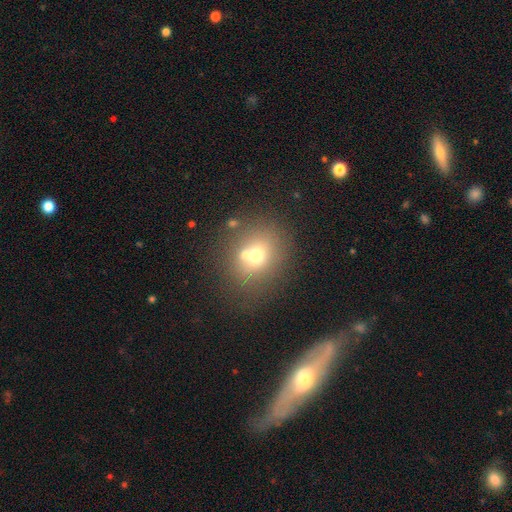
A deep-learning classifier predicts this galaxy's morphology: The model was most divided on "merging": none: 56%, merger: 29%, minor disturbance: 11%, major disturbance: 5%. More confident: how rounded — round (71%); smooth or featured — smooth (64%).